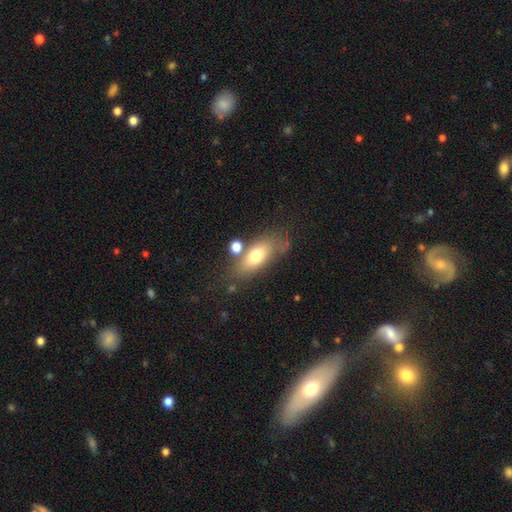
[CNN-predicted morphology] smooth 71%, featured or disk 21%, star or artifact 8%. Down the decision tree: how rounded — in between (78%); merging — none (61%).